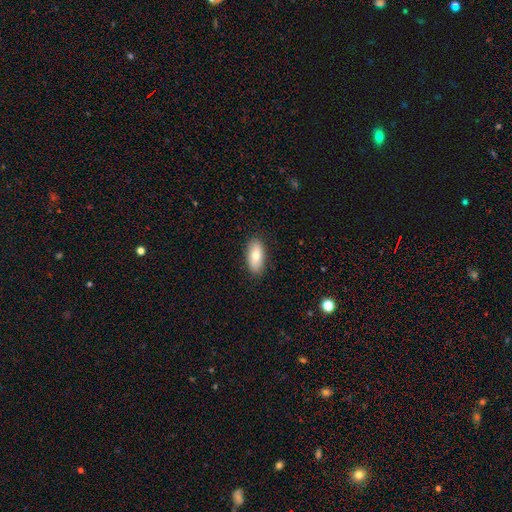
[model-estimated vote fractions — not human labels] A smooth galaxy with no disk features (76%) that is in between round and cigar-shaped (89%).

Vote fractions:
- Smooth or featured? smooth: 76% / featured or disk: 18% / star or artifact: 6%
- How rounded? in between: 89% / cigar-shaped: 8% / round: 3%
- Merging? none: 88% / minor disturbance: 9% / major disturbance: 2% / merger: 1%